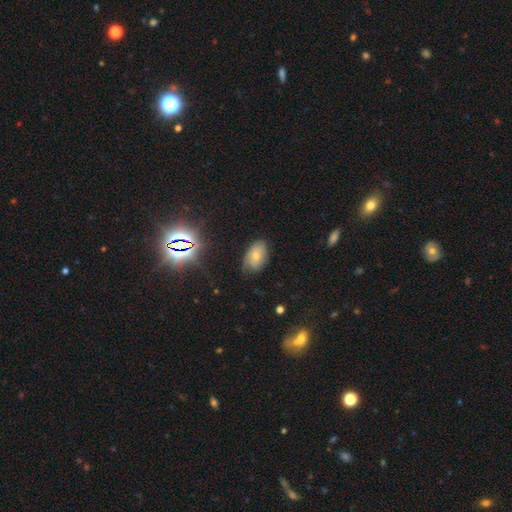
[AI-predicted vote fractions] smooth-or-featured: smooth: 58% | featured or disk: 26% | star or artifact: 16%
  how-rounded: in between: 89% | round: 10% | cigar-shaped: 1%
  merging: none: 68% | minor disturbance: 25% | major disturbance: 6% | merger: 1%